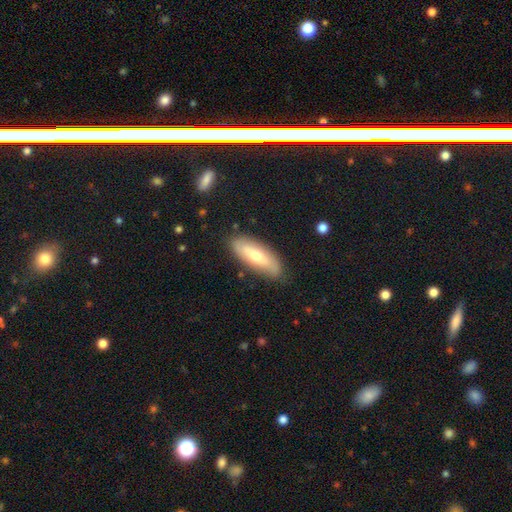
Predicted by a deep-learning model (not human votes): A smooth galaxy with no disk features (57%) that is in between round and cigar-shaped (62%).

Vote fractions:
- Smooth or featured? smooth: 57% / featured or disk: 37% / star or artifact: 6%
- How rounded? in between: 62% / cigar-shaped: 36% / round: 2%
- Merging? none: 83% / minor disturbance: 13% / major disturbance: 3% / merger: 2%